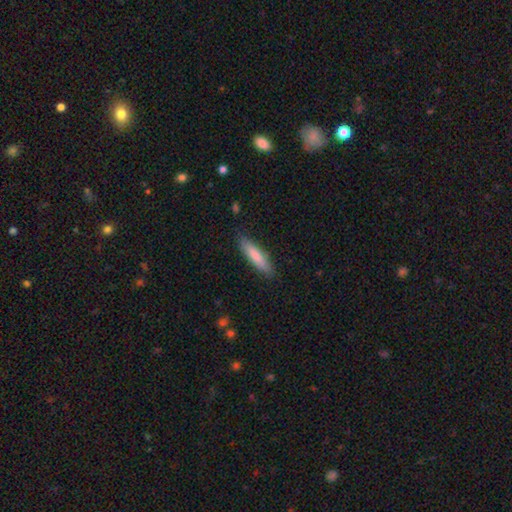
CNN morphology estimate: smooth_or_featured: smooth (p=0.79) [alt: featured or disk p=0.16]
how_rounded: cigar-shaped (p=0.73) [alt: in between p=0.26]
merging: none (p=0.85) [alt: minor disturbance p=0.12]